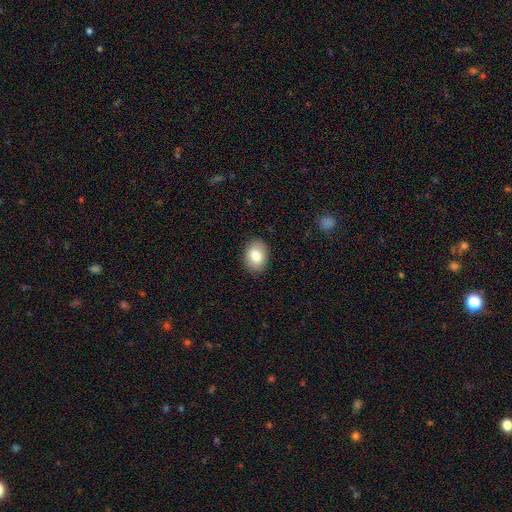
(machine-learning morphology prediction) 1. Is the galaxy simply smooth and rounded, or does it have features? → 82% smooth, 10% featured or disk, 8% star or artifact.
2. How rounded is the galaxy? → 68% in between, 31% round, 1% cigar-shaped.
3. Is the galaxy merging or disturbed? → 88% none, 9% minor disturbance, 2% major disturbance, 1% merger.